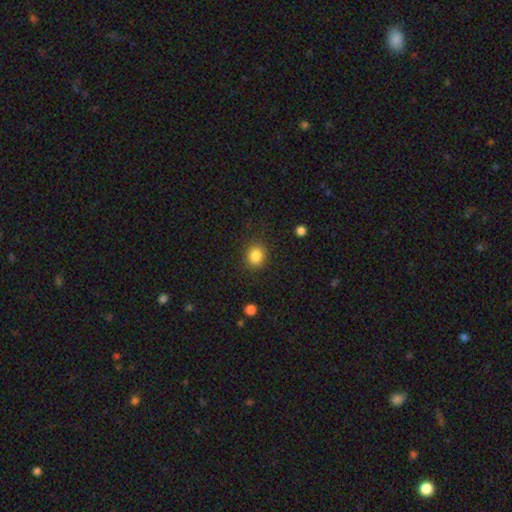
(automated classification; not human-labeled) smooth 86%, star or artifact 10%, featured or disk 4%. Down the decision tree: how rounded — round (72%); merging — none (86%).